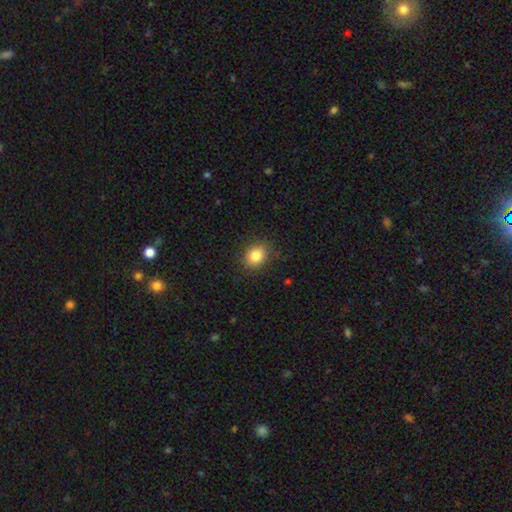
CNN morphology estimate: This is clearly a smooth galaxy (83%). How rounded: possibly round (52%). Merging: clearly none (86%).